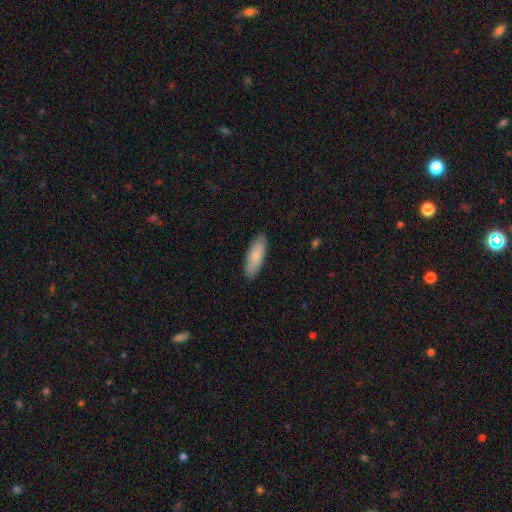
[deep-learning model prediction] Smooth or featured?
  - smooth: 83% *
  - featured or disk: 11%
  - star or artifact: 5%
How rounded?
  - in between: 62% *
  - cigar-shaped: 36%
  - round: 2%
Merging?
  - none: 87% *
  - minor disturbance: 11%
  - major disturbance: 2%
  - merger: 1%